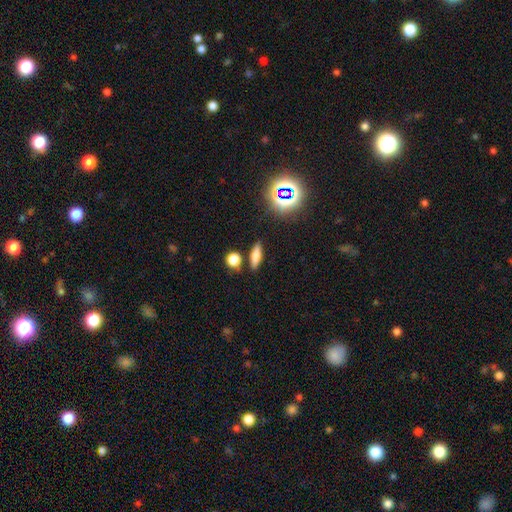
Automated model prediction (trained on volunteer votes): Overall: smooth (61%; featured or disk 24%). How rounded: cigar-shaped (48%; in between 43%). Merging: none (83%).